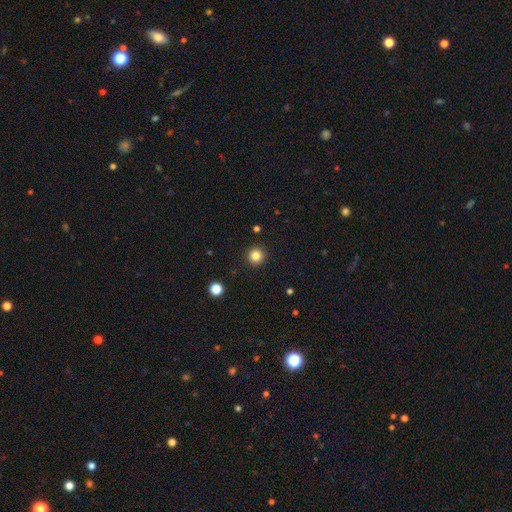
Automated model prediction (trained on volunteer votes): This is clearly a smooth galaxy (83%). How rounded: clearly round (96%). Merging: clearly none (93%).